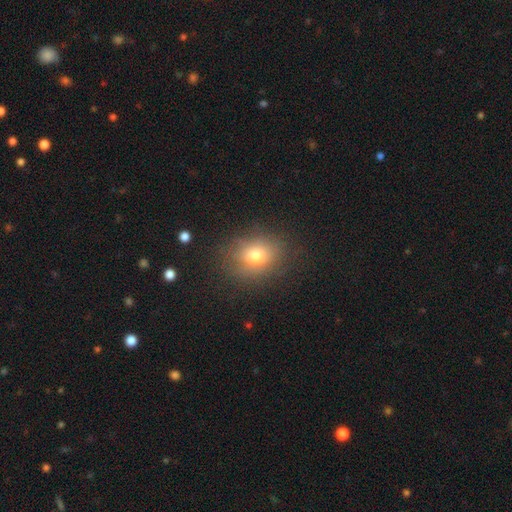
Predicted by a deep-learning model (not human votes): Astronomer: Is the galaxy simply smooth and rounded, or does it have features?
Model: smooth — 74%.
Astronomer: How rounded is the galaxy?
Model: round — 49%, tied with in between at 49%.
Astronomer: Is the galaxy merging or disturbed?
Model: none — 78%.